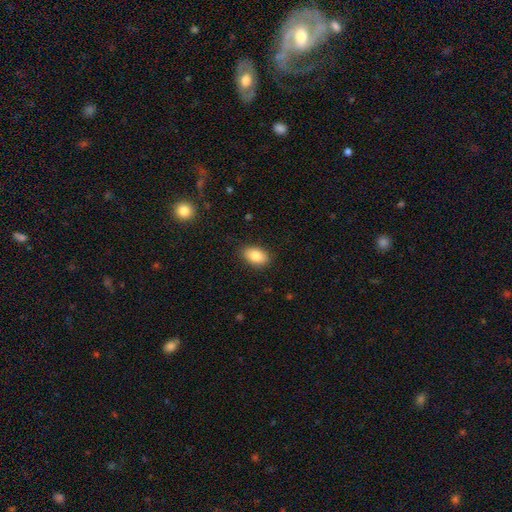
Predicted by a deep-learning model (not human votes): smooth-or-featured: smooth: 86% | star or artifact: 7% | featured or disk: 7%
  how-rounded: in between: 90% | round: 9% | cigar-shaped: 2%
  merging: none: 86% | minor disturbance: 10% | major disturbance: 2% | merger: 1%